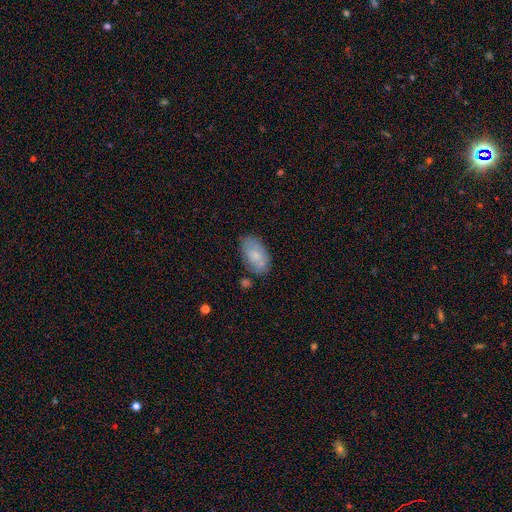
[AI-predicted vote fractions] Smooth or featured: smooth — 72% (featured or disk — 22%)
How rounded: in between — 94% (round — 4%)
Merging: none — 70% (minor disturbance — 20%)